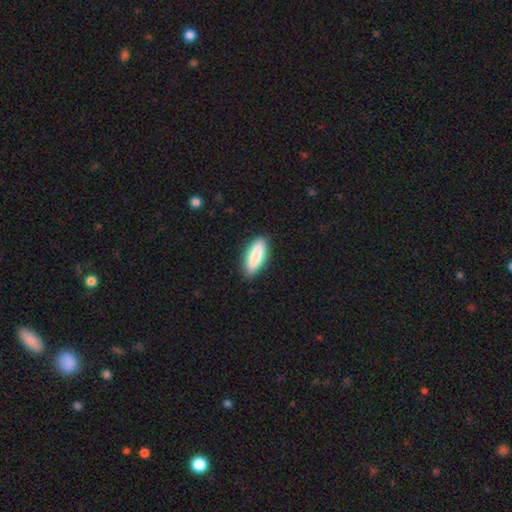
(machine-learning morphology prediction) Q: Smooth or featured?
A: smooth (85%); runner-up: featured or disk (9%)
Q: How rounded?
A: in between (61%); runner-up: cigar-shaped (37%)
Q: Merging?
A: none (88%); runner-up: minor disturbance (9%)